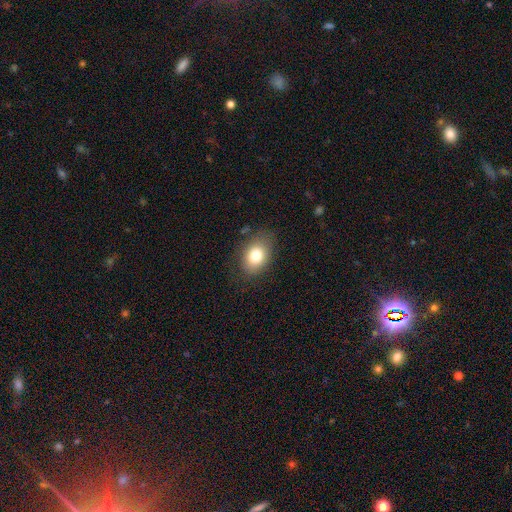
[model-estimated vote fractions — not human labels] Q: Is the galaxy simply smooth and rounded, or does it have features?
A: smooth — 78%.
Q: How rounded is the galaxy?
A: in between — 75%.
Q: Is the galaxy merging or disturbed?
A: none — 79%.